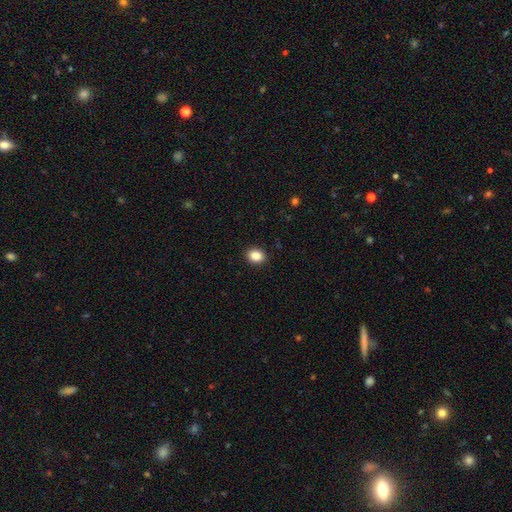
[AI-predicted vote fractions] This appears to be a smooth galaxy with no disk features (86%) that is round (50%). Merging: none (91%).